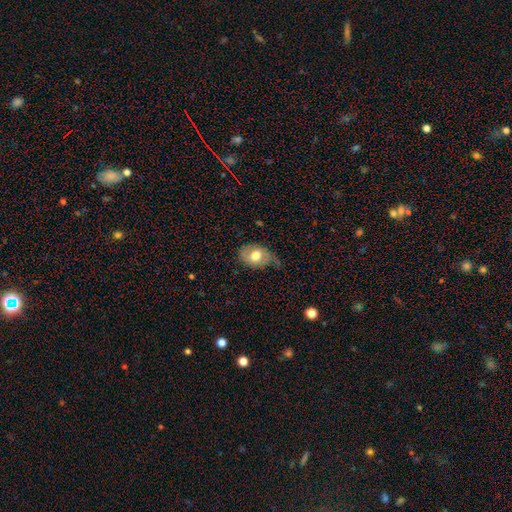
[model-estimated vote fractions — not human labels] This is likely a smooth galaxy (61%). How rounded: likely in between (73%). Merging: marginally none (45%).